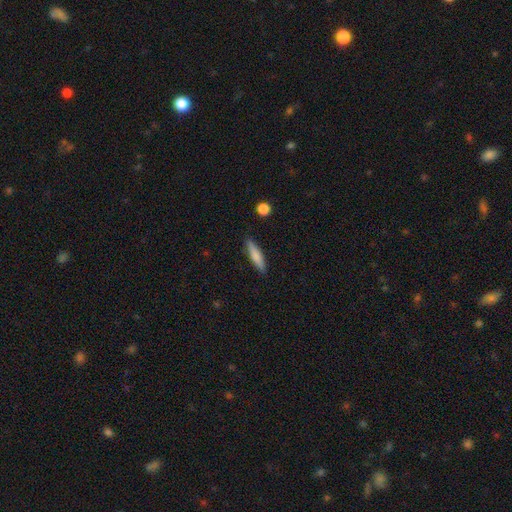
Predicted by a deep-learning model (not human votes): A smooth galaxy with no disk features (77%) that is cigar-shaped (83%). Merging: none (88%).